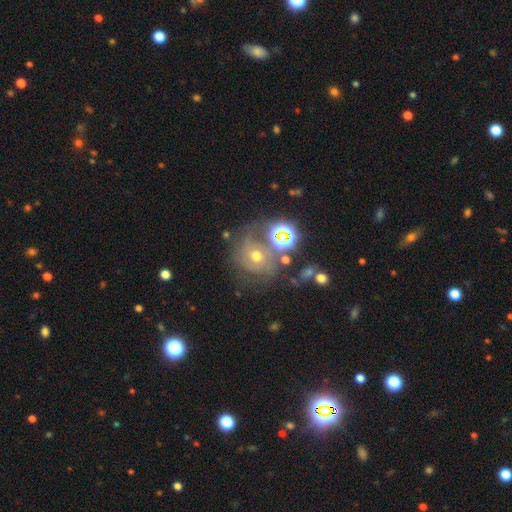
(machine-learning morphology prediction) smooth_or_featured: featured or disk (p=0.46) [alt: smooth p=0.31]
merging: none (p=0.49) [alt: minor disturbance p=0.19]